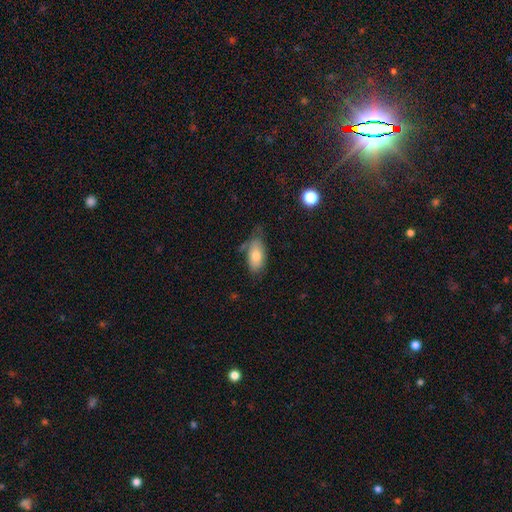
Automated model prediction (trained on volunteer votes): Smooth or featured: smooth — 77% (featured or disk — 16%)
How rounded: in between — 91% (cigar-shaped — 5%)
Merging: none — 59% (minor disturbance — 28%)